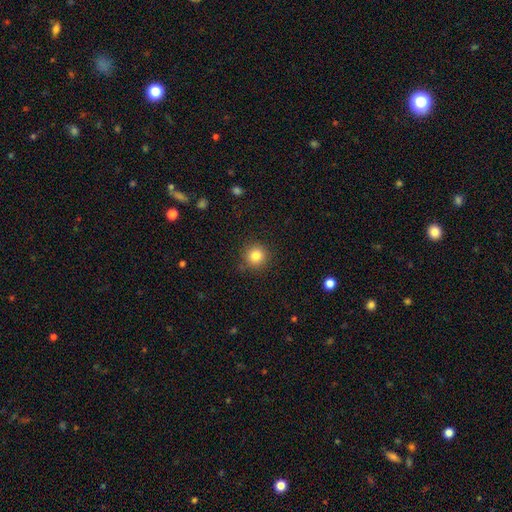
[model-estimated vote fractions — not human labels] Smooth or featured? smooth (83%)
How rounded? round (94%)
Merging? none (89%)